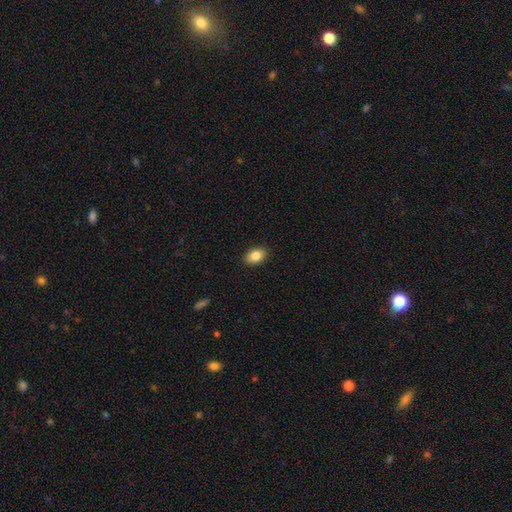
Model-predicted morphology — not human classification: A smooth galaxy with no disk features (85%) that is in between round and cigar-shaped (85%).

Vote fractions:
- Smooth or featured? smooth: 85% / star or artifact: 8% / featured or disk: 7%
- How rounded? in between: 85% / round: 14% / cigar-shaped: 1%
- Merging? none: 89% / minor disturbance: 8% / major disturbance: 2% / merger: 1%